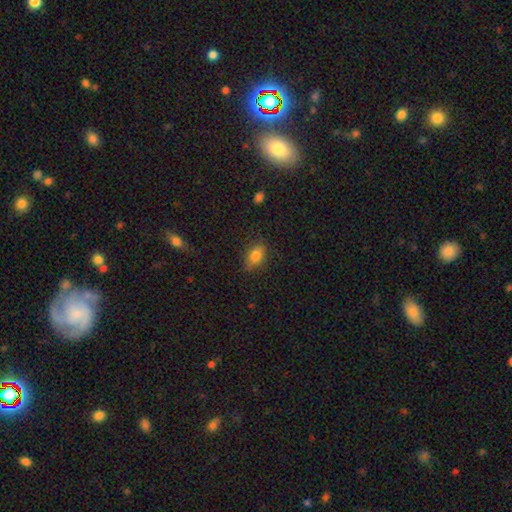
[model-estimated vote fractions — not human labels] Smooth or featured: smooth — 79% (star or artifact — 11%)
How rounded: in between — 79% (round — 17%)
Merging: none — 77% (minor disturbance — 18%)